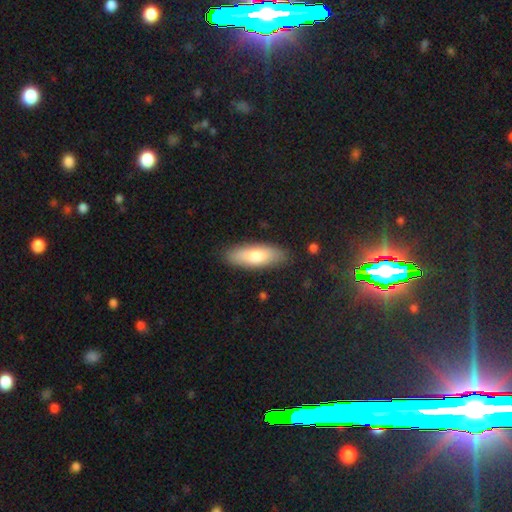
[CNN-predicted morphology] A smooth galaxy with no disk features (76%) that is in between round and cigar-shaped (58%). Merging: none (87%).